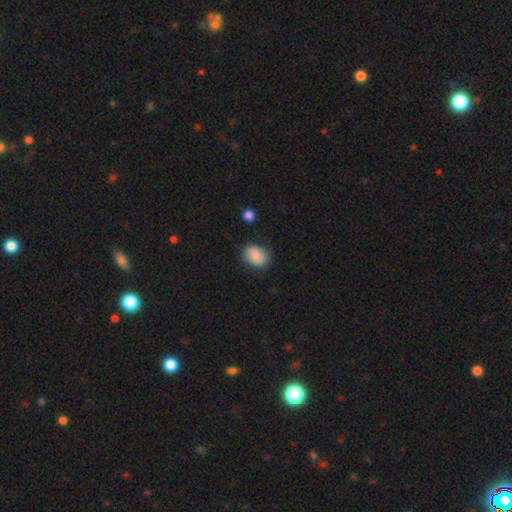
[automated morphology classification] smooth_or_featured: smooth (p=0.81) [alt: featured or disk p=0.12]
how_rounded: in between (p=0.66) [alt: round p=0.33]
merging: none (p=0.78) [alt: minor disturbance p=0.16]